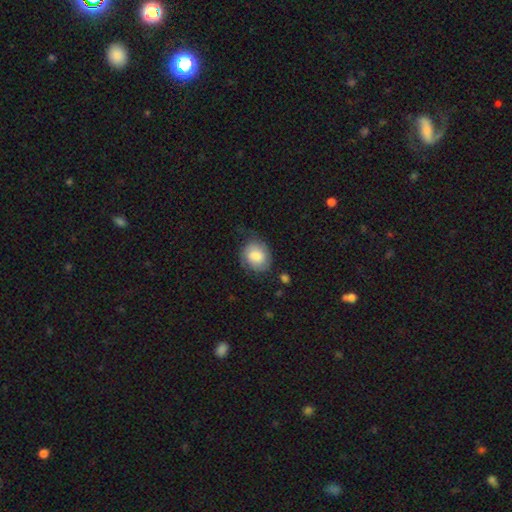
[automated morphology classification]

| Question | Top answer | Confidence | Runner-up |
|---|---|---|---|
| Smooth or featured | smooth | 68% | featured or disk (25%) |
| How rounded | round | 58% | in between (41%) |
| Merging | none | 57% | minor disturbance (28%) |